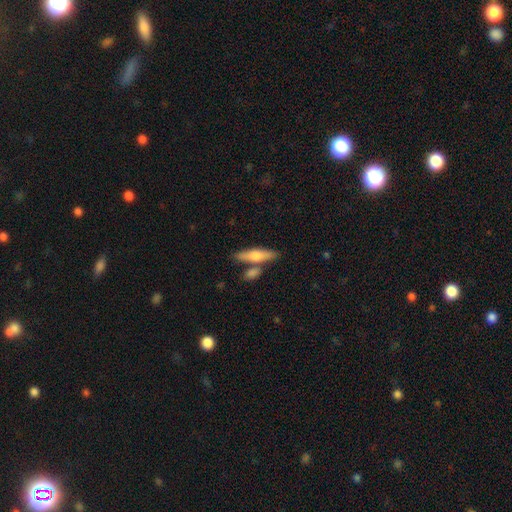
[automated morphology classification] This appears to be a smooth galaxy with no disk features (62%) that is cigar-shaped (62%). Merging: none (69%).